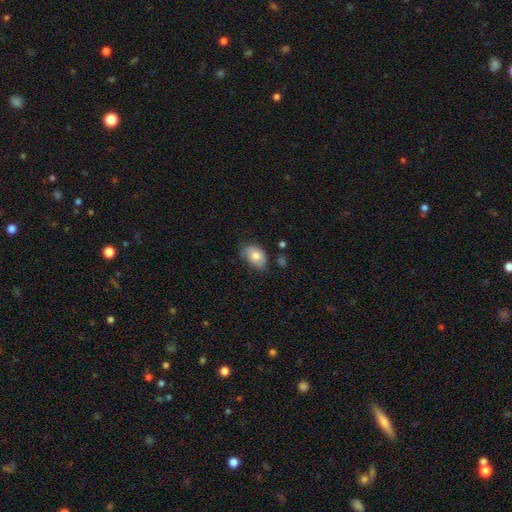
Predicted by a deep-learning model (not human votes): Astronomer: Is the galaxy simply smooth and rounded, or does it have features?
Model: smooth — 79%.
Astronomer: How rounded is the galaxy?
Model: in between — 83%.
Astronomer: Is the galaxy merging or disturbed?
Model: none — 60%.